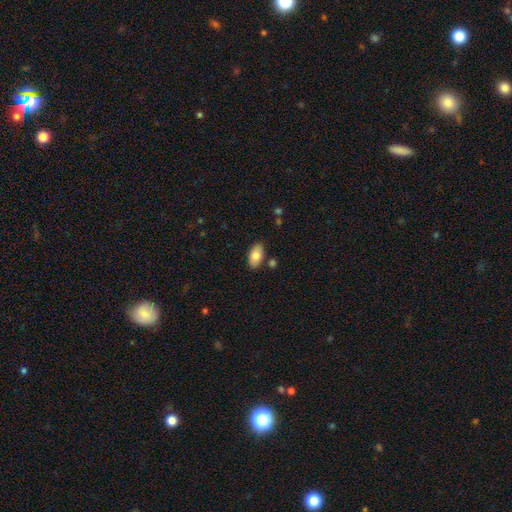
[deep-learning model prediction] smooth-or-featured: smooth: 81% | featured or disk: 12% | star or artifact: 7%
  how-rounded: in between: 94% | round: 3% | cigar-shaped: 2%
  merging: none: 82% | minor disturbance: 11% | merger: 4% | major disturbance: 2%